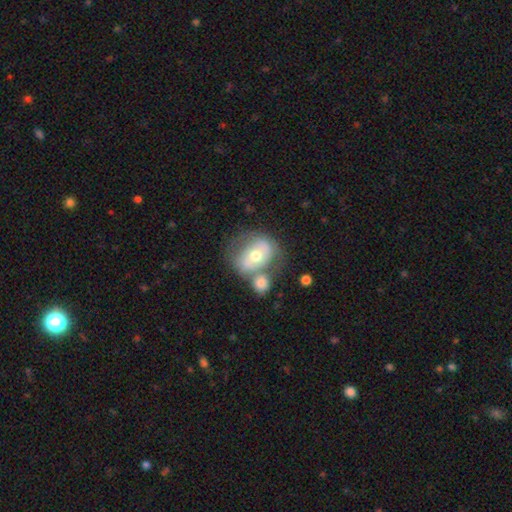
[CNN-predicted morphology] Smooth or featured: smooth — 46% (tied with featured or disk — 46%)
Merging: none — 37% (merger — 36%)